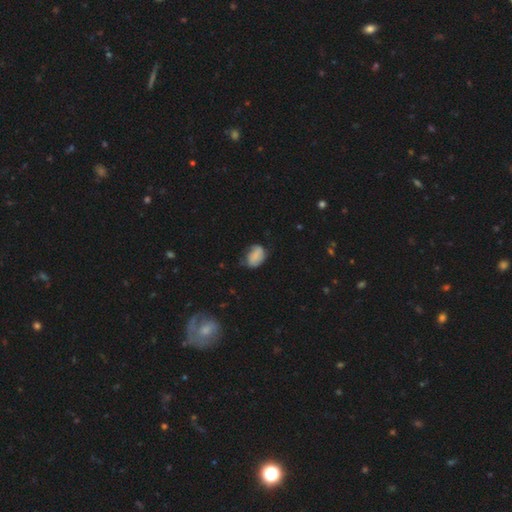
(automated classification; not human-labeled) smooth-or-featured: smooth: 74% | featured or disk: 17% | star or artifact: 9%
  how-rounded: in between: 79% | round: 19% | cigar-shaped: 1%
  merging: none: 48% | minor disturbance: 38% | major disturbance: 11% | merger: 2%